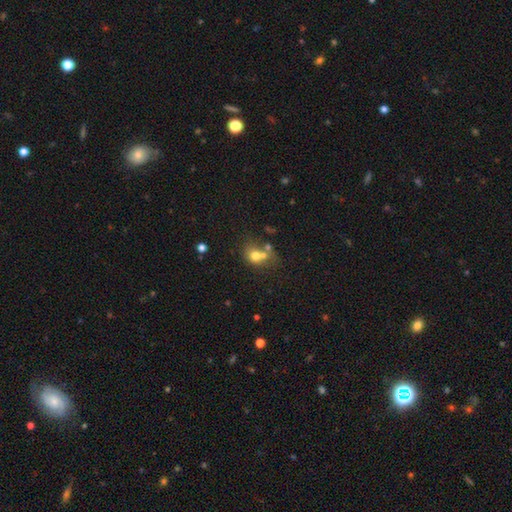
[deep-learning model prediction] Morphology: type=smooth (66%); roundness=round (65%); merging=merger (52%).